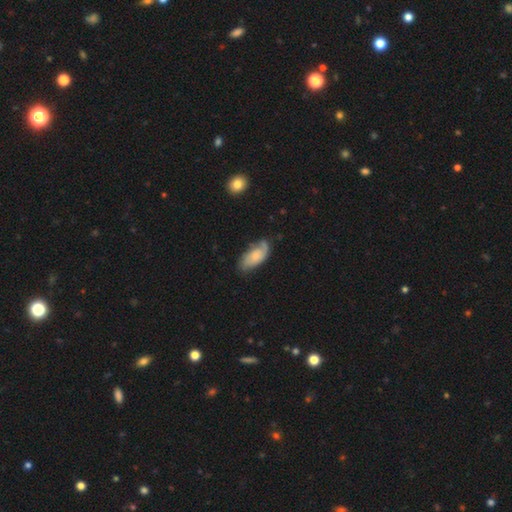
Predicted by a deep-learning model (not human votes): Smooth or featured? Predicted: smooth (p=0.49). Merging? Predicted: none (p=0.56).